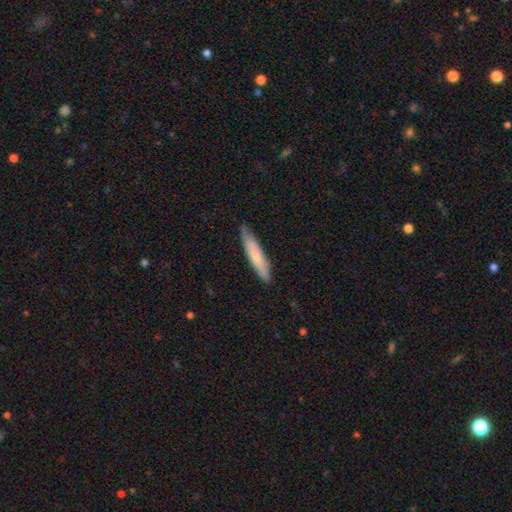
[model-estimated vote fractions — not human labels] A smooth galaxy with no disk features (71%) that is cigar-shaped (89%).

Vote fractions:
- Smooth or featured? smooth: 71% / featured or disk: 24% / star or artifact: 5%
- How rounded? cigar-shaped: 89% / in between: 10% / round: 1%
- Merging? none: 86% / minor disturbance: 12% / major disturbance: 2% / merger: 1%